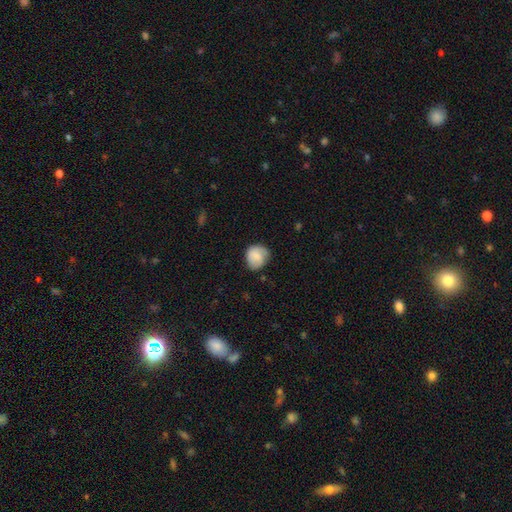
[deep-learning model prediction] Morphology: type=smooth (77%); roundness=round (77%); merging=none (65%).